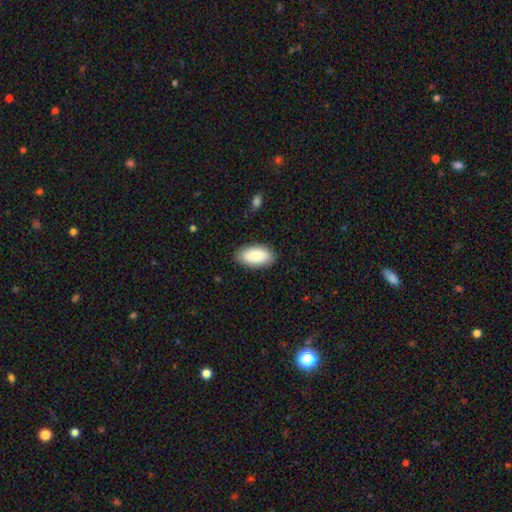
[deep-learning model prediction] This is clearly a smooth galaxy (85%). How rounded: clearly in between (94%). Merging: clearly none (87%).